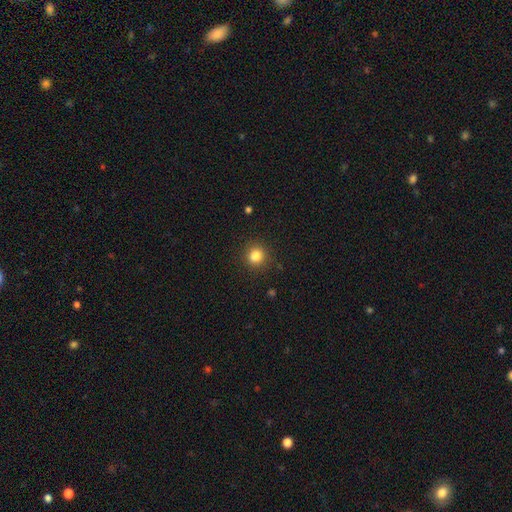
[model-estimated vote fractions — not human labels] Smooth or featured: smooth — 84% (star or artifact — 12%)
How rounded: round — 84% (in between — 15%)
Merging: none — 88% (minor disturbance — 8%)